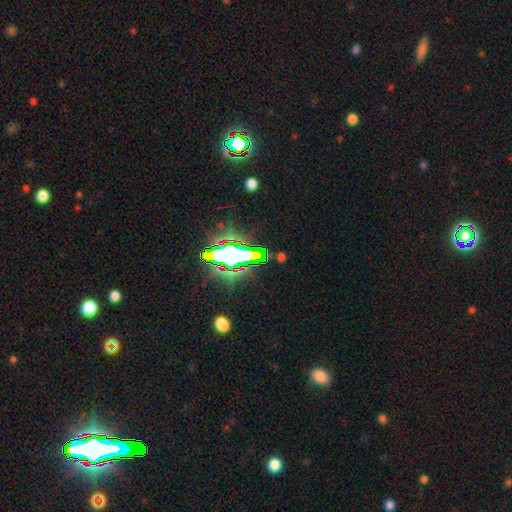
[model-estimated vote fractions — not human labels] This is likely a star or artifact rather than a galaxy (73%).